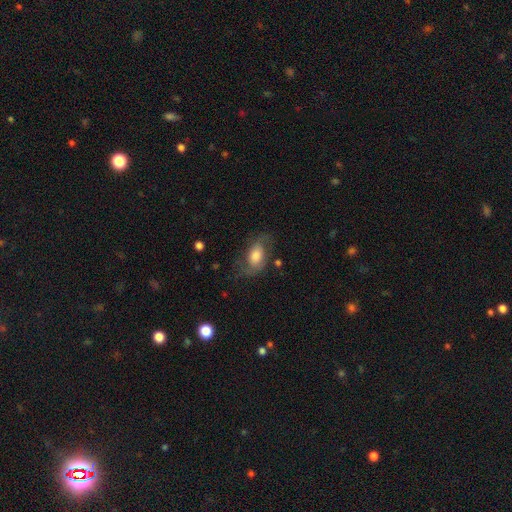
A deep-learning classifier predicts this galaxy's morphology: Smooth or featured? Predicted: featured or disk (p=0.47). Merging? Predicted: none (p=0.60).